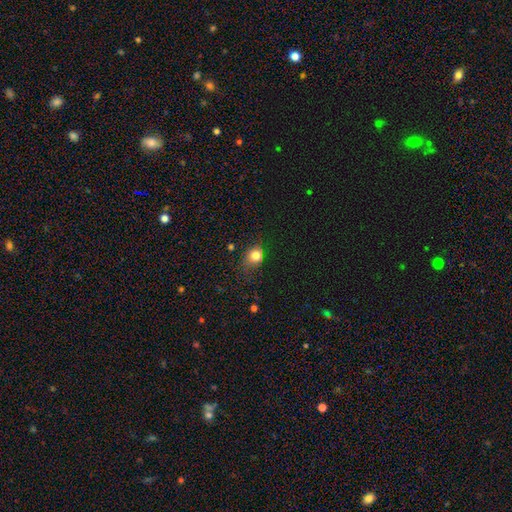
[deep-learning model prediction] smooth-or-featured: smooth: 77% | star or artifact: 15% | featured or disk: 8%
  how-rounded: round: 67% | in between: 31% | cigar-shaped: 1%
  merging: none: 61% | minor disturbance: 27% | major disturbance: 10% | merger: 3%